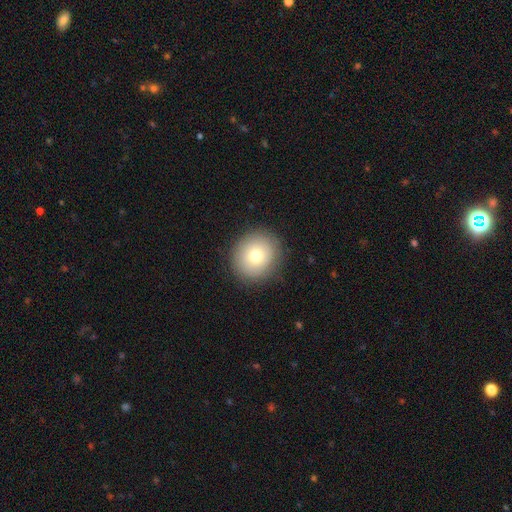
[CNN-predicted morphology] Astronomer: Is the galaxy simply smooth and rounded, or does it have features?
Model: smooth — 76%.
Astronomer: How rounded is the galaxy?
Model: round — 87%.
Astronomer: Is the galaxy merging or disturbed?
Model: none — 89%.